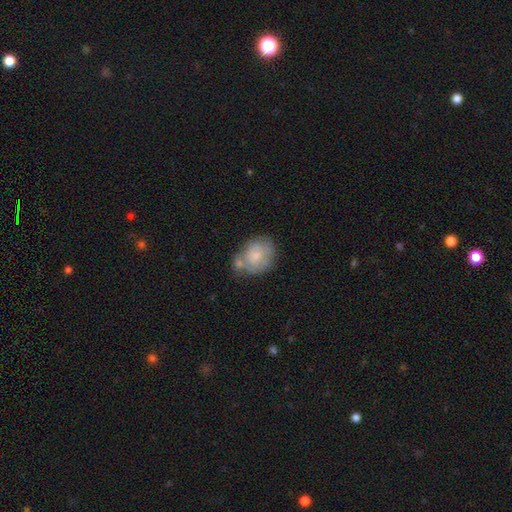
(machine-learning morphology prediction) smooth_or_featured: smooth (p=0.67) [alt: featured or disk p=0.26]
how_rounded: in between (p=0.52) [alt: round p=0.47]
merging: none (p=0.38) [alt: merger p=0.27]